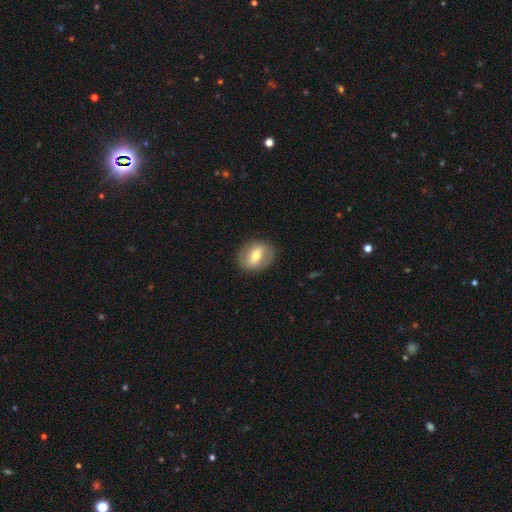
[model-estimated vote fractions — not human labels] smooth-or-featured: featured or disk: 50% | smooth: 43% | star or artifact: 7%
  disk-edge-on: no: 92% | yes: 8%
  merging: none: 86% | minor disturbance: 10% | major disturbance: 4% | merger: 1%